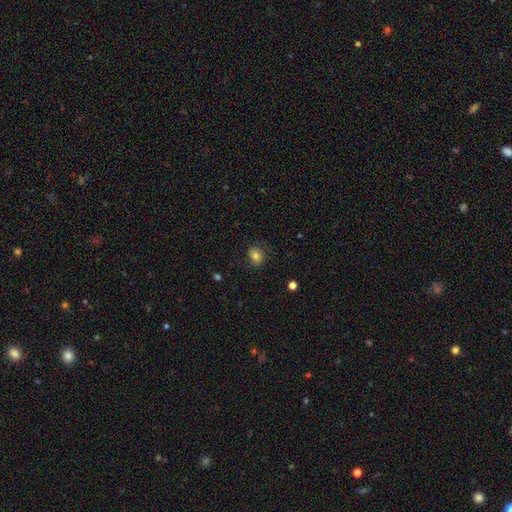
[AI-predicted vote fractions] smooth_or_featured: smooth (p=0.78) [alt: star or artifact p=0.11]
how_rounded: in between (p=0.55) [alt: round p=0.44]
merging: none (p=0.77) [alt: minor disturbance p=0.17]